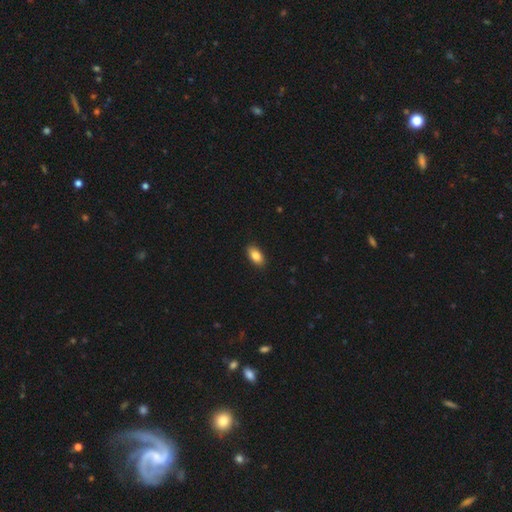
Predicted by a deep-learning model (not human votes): The model was most divided on "smooth or featured": smooth: 85%, star or artifact: 7%, featured or disk: 7%. More confident: how rounded — in between (91%); merging — none (89%).